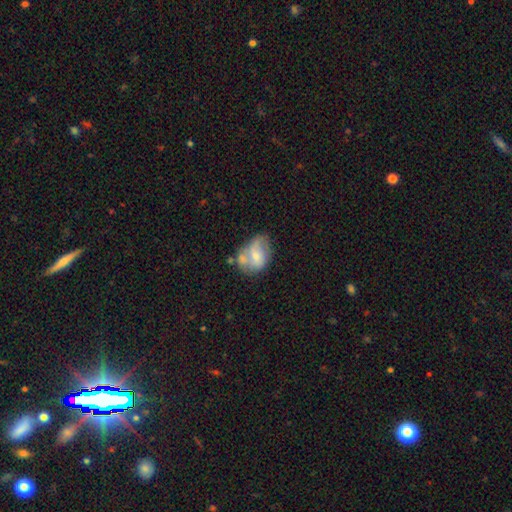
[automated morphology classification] Smooth or featured?
  - smooth: 51% *
  - featured or disk: 42%
  - star or artifact: 7%
How rounded?
  - in between: 69% *
  - round: 29%
  - cigar-shaped: 1%
Merging?
  - none: 32% *
  - merger: 30%
  - minor disturbance: 24%
  - major disturbance: 13%